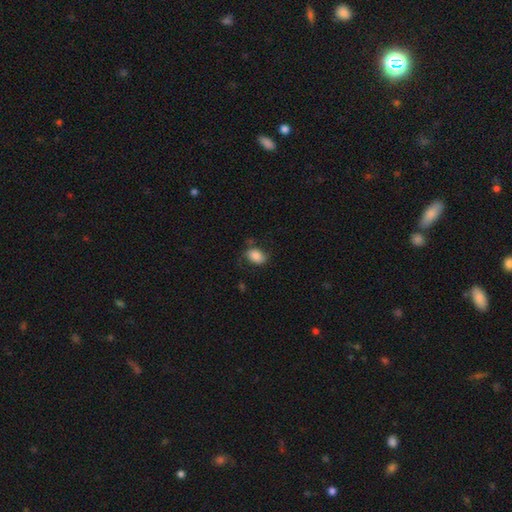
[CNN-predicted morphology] Smooth or featured? smooth (78%)
How rounded? in between (83%)
Merging? none (64%)